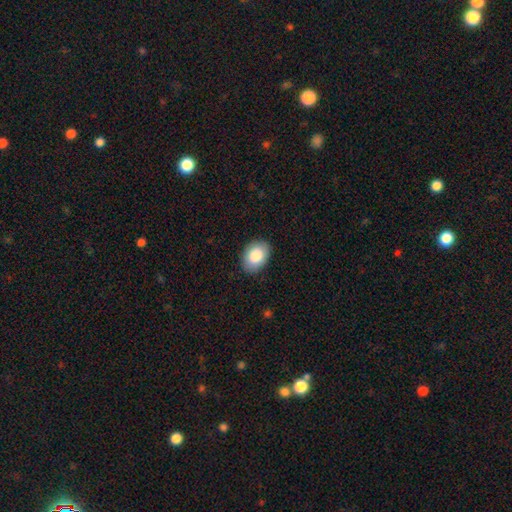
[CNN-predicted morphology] smooth 85%, featured or disk 9%, star or artifact 7%. Down the decision tree: how rounded — in between (82%); merging — none (88%).